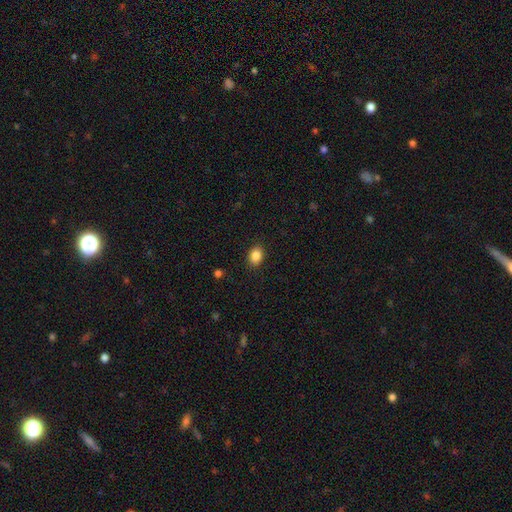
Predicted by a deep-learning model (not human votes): This appears to be a smooth galaxy with no disk features (87%) that is in between round and cigar-shaped (69%). Merging: none (89%).